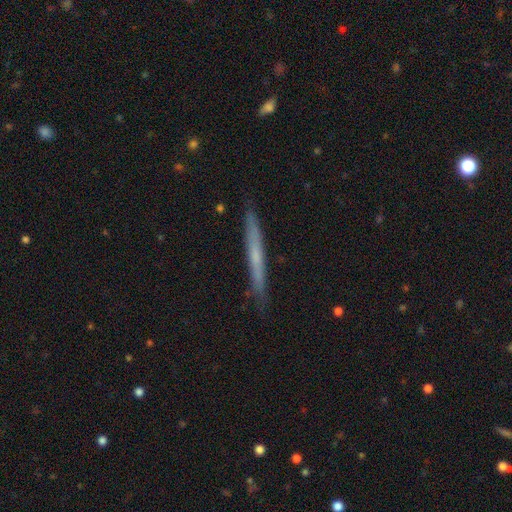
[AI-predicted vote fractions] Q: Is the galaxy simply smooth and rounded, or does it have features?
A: featured or disk — 50%.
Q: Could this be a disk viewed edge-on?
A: yes — 95%.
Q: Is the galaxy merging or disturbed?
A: none — 88%.